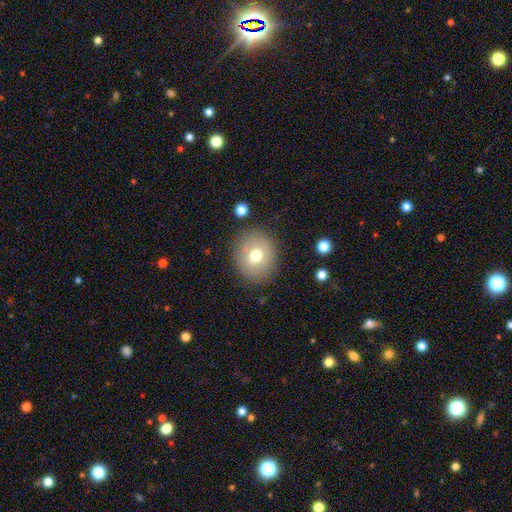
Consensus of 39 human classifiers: smooth_or_featured: smooth (p=0.74) [alt: featured or disk p=0.15]
how_rounded: round (p=0.79) [alt: in between p=0.17]
merging: none (p=0.89) [alt: minor disturbance p=0.06]